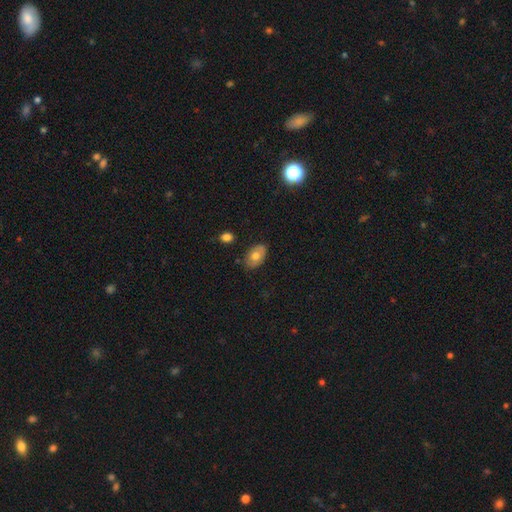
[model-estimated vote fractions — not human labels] Smooth or featured?
  - smooth: 68% *
  - featured or disk: 24%
  - star or artifact: 8%
How rounded?
  - in between: 87% *
  - round: 12%
  - cigar-shaped: 1%
Merging?
  - none: 77% *
  - minor disturbance: 18%
  - major disturbance: 3%
  - merger: 3%